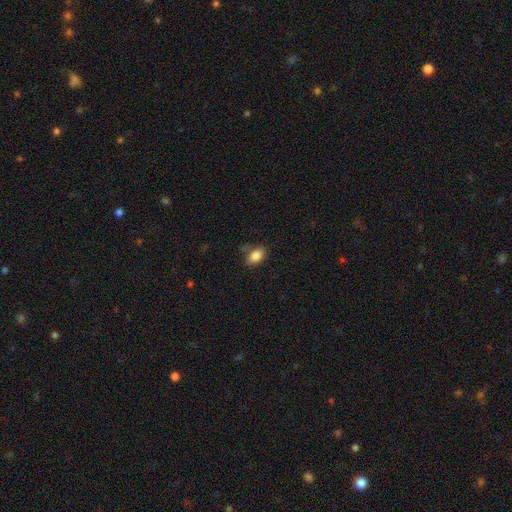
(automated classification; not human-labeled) Smooth or featured: smooth — 85% (star or artifact — 9%)
How rounded: in between — 87% (round — 11%)
Merging: none — 72% (minor disturbance — 20%)